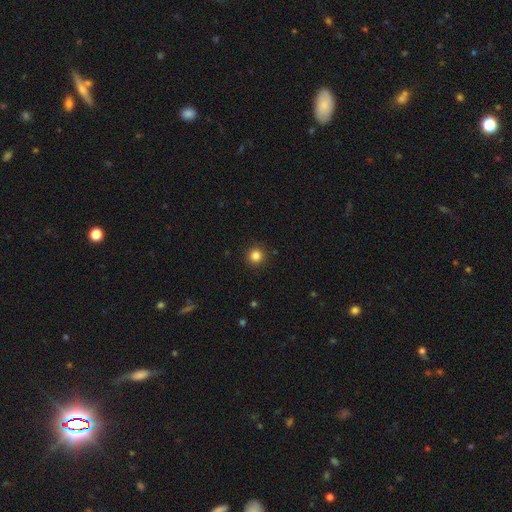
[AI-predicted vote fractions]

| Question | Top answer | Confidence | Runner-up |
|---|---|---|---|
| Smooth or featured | smooth | 84% | star or artifact (12%) |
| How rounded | round | 95% | in between (4%) |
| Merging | none | 92% | minor disturbance (5%) |